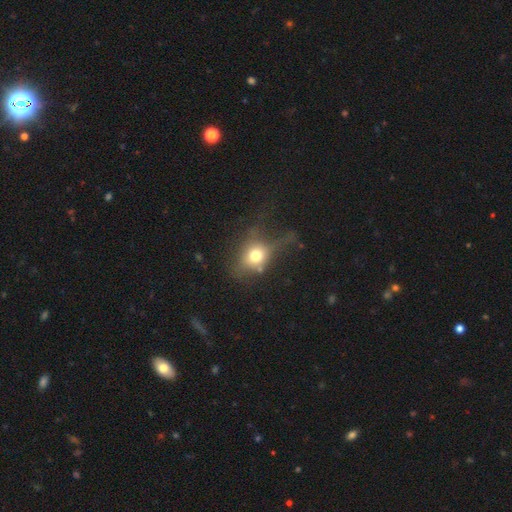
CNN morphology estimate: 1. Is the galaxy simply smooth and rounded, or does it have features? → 68% smooth, 18% featured or disk, 14% star or artifact.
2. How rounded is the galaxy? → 60% round, 38% in between, 2% cigar-shaped.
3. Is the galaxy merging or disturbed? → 39% none, 33% major disturbance, 24% minor disturbance, 5% merger.